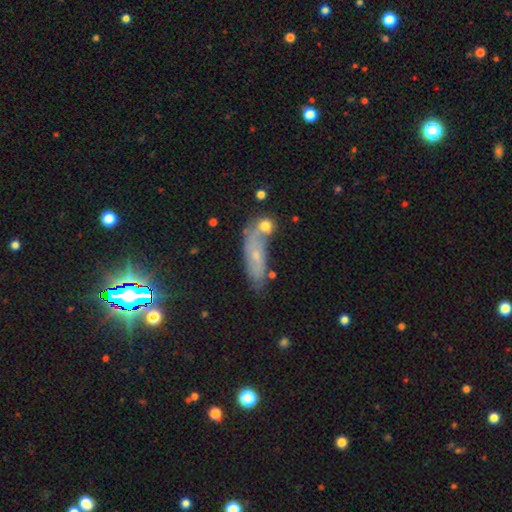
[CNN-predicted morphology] smooth-or-featured: smooth: 45% | featured or disk: 38% | star or artifact: 17%
  merging: none: 46% | merger: 26% | minor disturbance: 19% | major disturbance: 9%